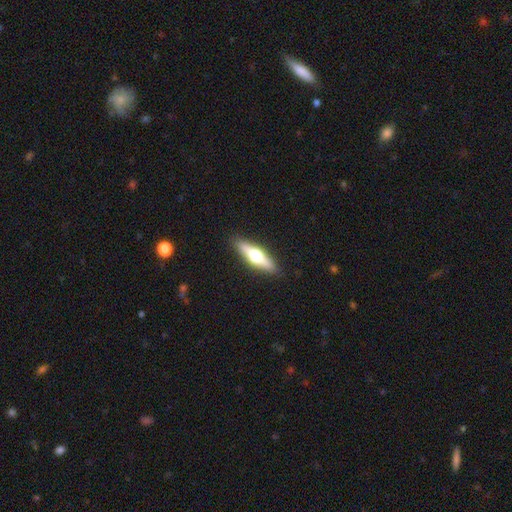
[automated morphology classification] Smooth or featured? featured or disk (57%)
Edge-on disk? yes (93%)
Edge-on bulge? rounded (96%)
Merging? none (90%)